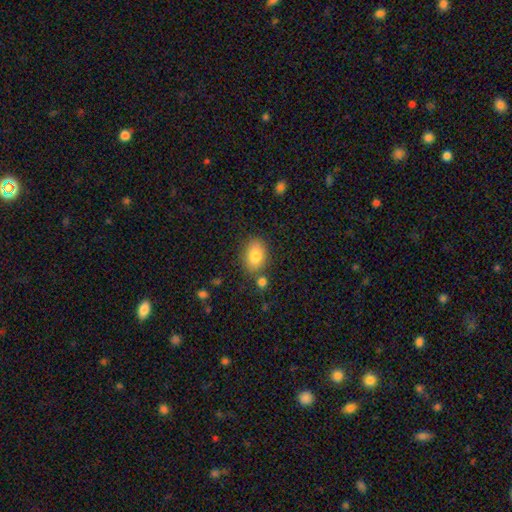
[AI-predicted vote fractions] A smooth galaxy with no disk features (81%) that is in between round and cigar-shaped (82%).

Vote fractions:
- Smooth or featured? smooth: 81% / featured or disk: 10% / star or artifact: 8%
- How rounded? in between: 82% / round: 17% / cigar-shaped: 2%
- Merging? none: 76% / minor disturbance: 13% / merger: 8% / major disturbance: 3%